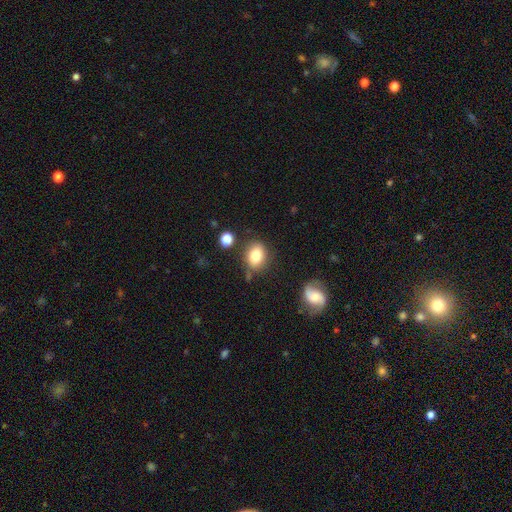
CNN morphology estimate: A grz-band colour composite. It shows a smooth galaxy with no disk features (80%) that is in between round and cigar-shaped (57%). Merging: none (75%).